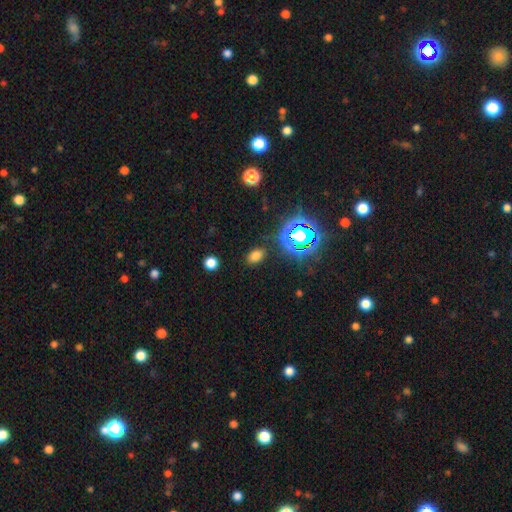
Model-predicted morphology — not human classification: Overall: smooth (71%). How rounded: in between (82%). Merging: none (84%).